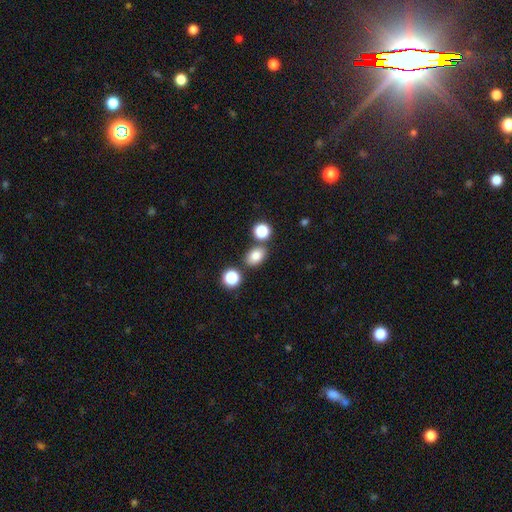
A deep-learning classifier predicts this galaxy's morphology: This appears to be a smooth galaxy with no disk features (80%) that is in between round and cigar-shaped (71%). Merging: none (76%).